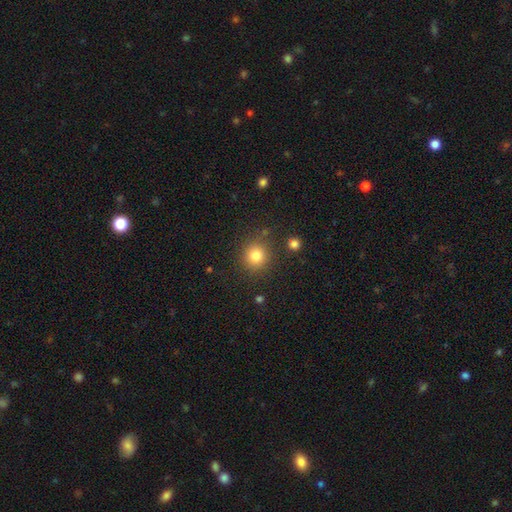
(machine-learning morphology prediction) smooth 81%, star or artifact 13%, featured or disk 7%. Down the decision tree: how rounded — round (91%); merging — none (86%).